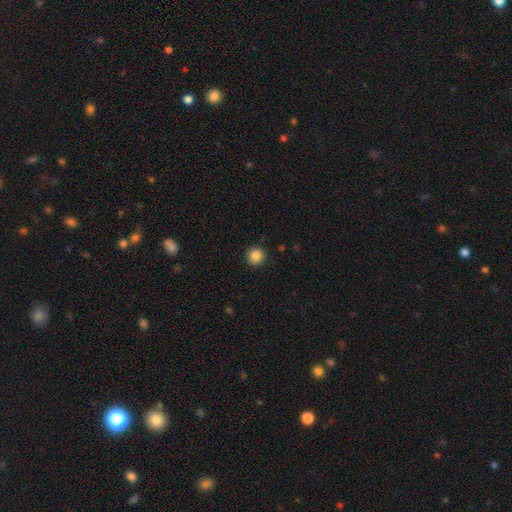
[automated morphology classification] Smooth or featured? Predicted: smooth (p=0.84). How rounded? Predicted: round (p=0.95). Merging? Predicted: none (p=0.92).